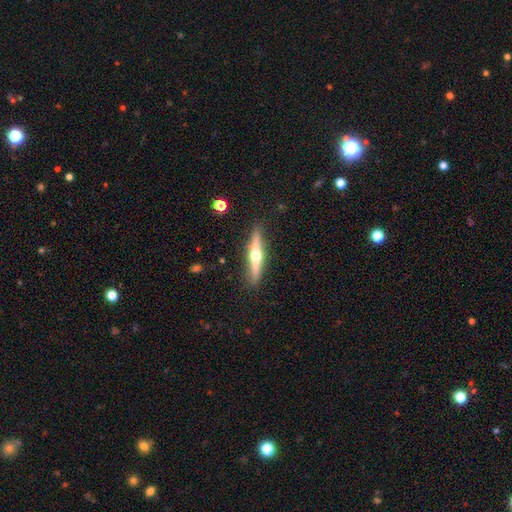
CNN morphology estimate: A featured or disk galaxy (71%) viewed edge-on (97%) with a rounded central bulge (95%).

Vote fractions:
- Smooth or featured? featured or disk: 71% / smooth: 23% / star or artifact: 6%
- Edge-on disk? yes: 97% / no: 3%
- Edge-on bulge? rounded: 95% / none: 2% / boxy: 2%
- Merging? none: 89% / minor disturbance: 8% / major disturbance: 2% / merger: 1%